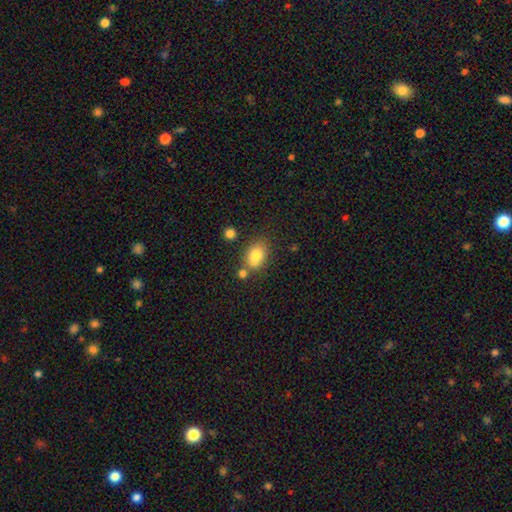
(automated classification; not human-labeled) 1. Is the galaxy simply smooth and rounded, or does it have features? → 80% smooth, 11% featured or disk, 10% star or artifact.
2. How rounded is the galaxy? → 71% in between, 27% round, 2% cigar-shaped.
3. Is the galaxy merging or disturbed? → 59% none, 20% merger, 16% minor disturbance, 5% major disturbance.